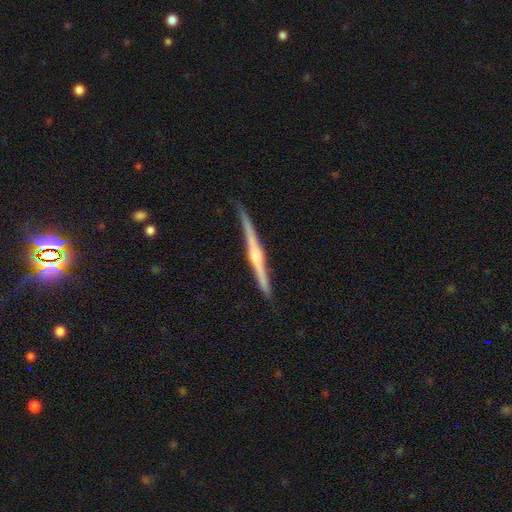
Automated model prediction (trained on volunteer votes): featured or disk 80%, smooth 15%, star or artifact 5%. Down the decision tree: edge-on disk — yes (98%); edge-on bulge — rounded (78%); merging — none (86%).